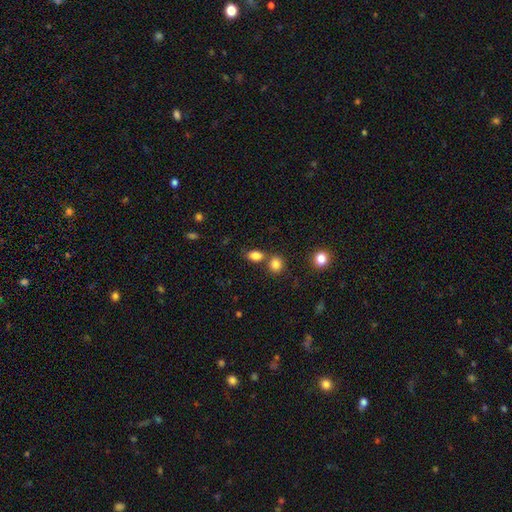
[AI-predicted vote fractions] Smooth or featured: smooth — 83% (star or artifact — 10%)
How rounded: in between — 75% (round — 23%)
Merging: none — 59% (merger — 26%)